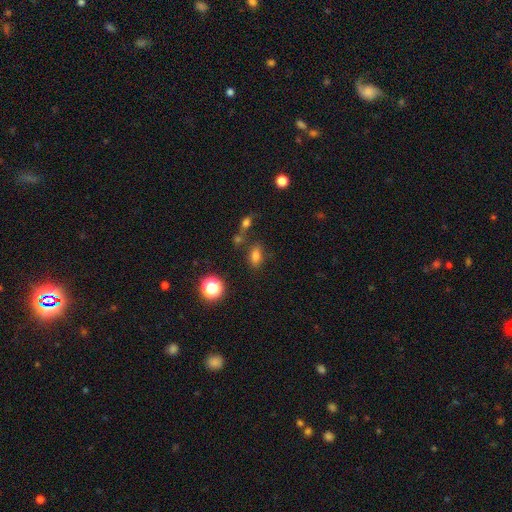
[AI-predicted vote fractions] A smooth galaxy with no disk features (74%) that is in between round and cigar-shaped (80%).

Vote fractions:
- Smooth or featured? smooth: 74% / star or artifact: 18% / featured or disk: 8%
- How rounded? in between: 80% / round: 16% / cigar-shaped: 5%
- Merging? none: 70% / minor disturbance: 13% / merger: 12% / major disturbance: 5%